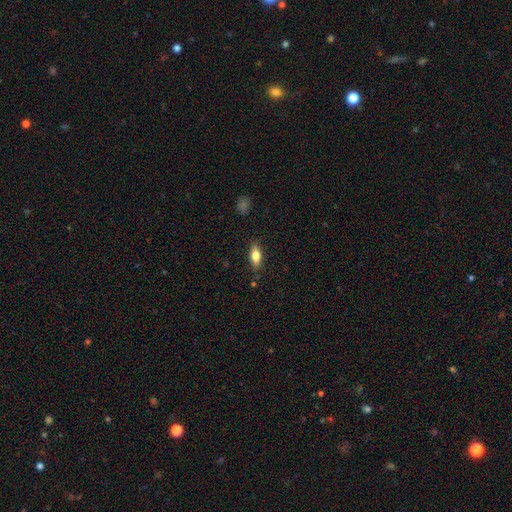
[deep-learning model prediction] A smooth galaxy with no disk features (72%) that is in between round and cigar-shaped (76%). Merging: none (84%).